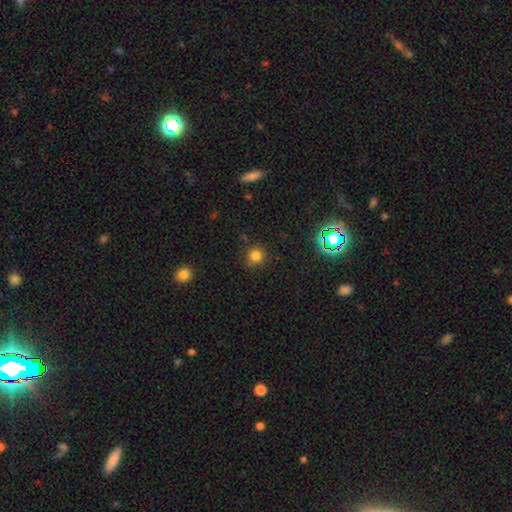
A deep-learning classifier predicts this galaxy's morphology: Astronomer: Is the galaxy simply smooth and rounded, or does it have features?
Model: smooth — 79%.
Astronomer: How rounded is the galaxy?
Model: round — 92%.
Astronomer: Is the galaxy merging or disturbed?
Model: none — 83%.